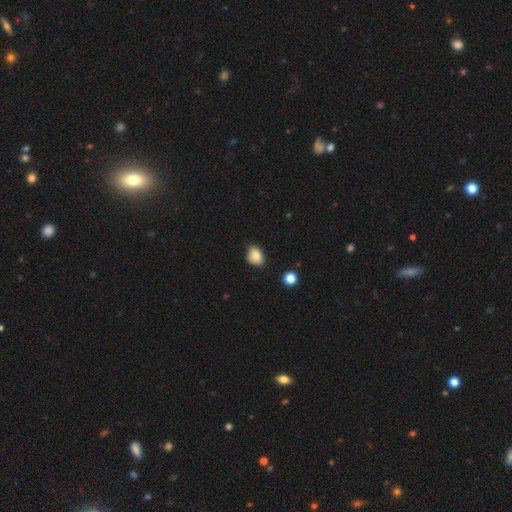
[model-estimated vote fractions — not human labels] Smooth or featured? smooth (85%)
How rounded? in between (71%)
Merging? none (72%)